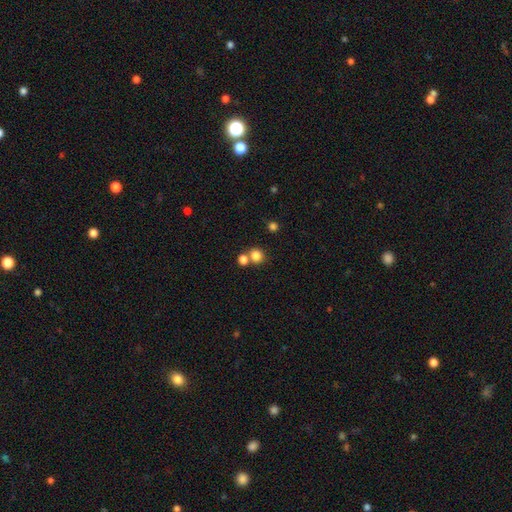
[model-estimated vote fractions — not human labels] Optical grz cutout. It shows a smooth galaxy with no disk features (81%) that is round (83%). Merging: none (58%).